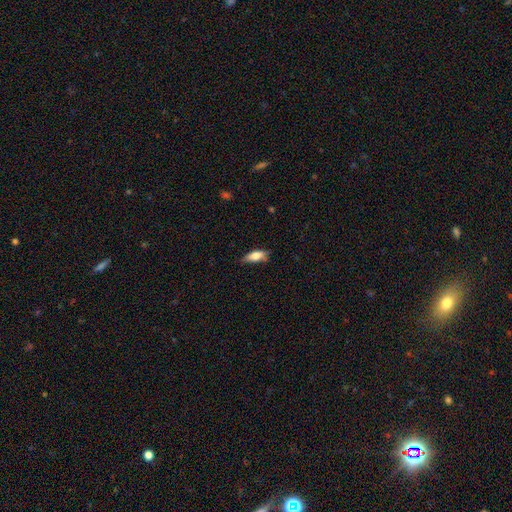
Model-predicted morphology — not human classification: Q: Smooth or featured?
A: smooth (75%); runner-up: featured or disk (18%)
Q: How rounded?
A: in between (72%); runner-up: cigar-shaped (25%)
Q: Merging?
A: none (66%); runner-up: minor disturbance (27%)